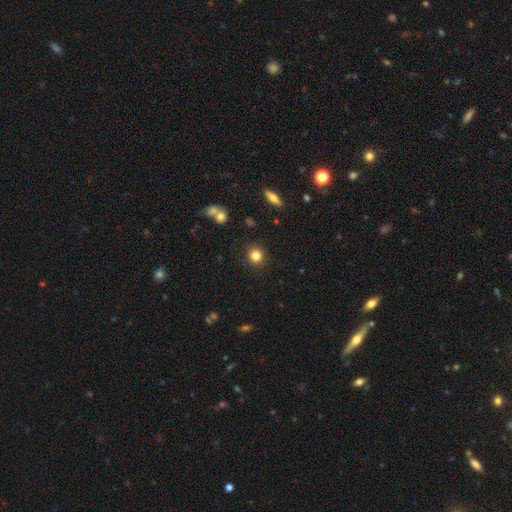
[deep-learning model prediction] Overall: smooth (83%). How rounded: round (90%). Merging: none (90%).